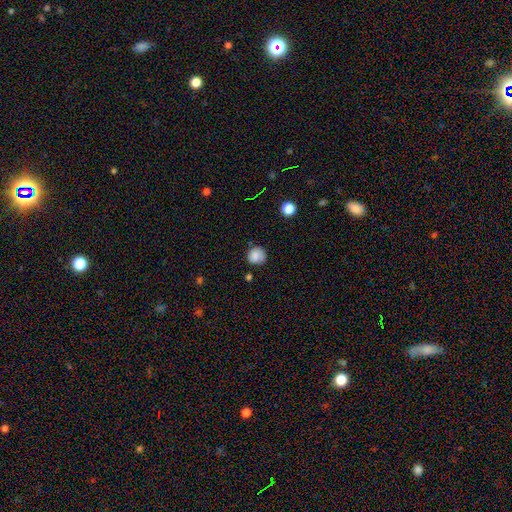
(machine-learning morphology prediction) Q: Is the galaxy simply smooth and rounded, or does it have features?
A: smooth — 84%.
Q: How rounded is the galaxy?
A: round — 91%.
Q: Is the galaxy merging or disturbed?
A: none — 75%.